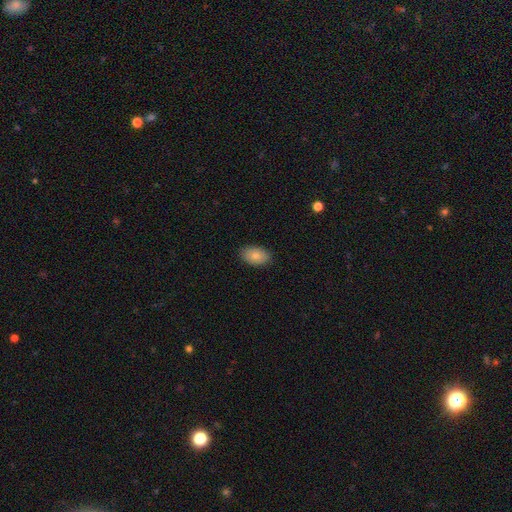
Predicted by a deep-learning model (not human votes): This is likely a smooth galaxy (80%). How rounded: clearly in between (90%). Merging: clearly none (88%).